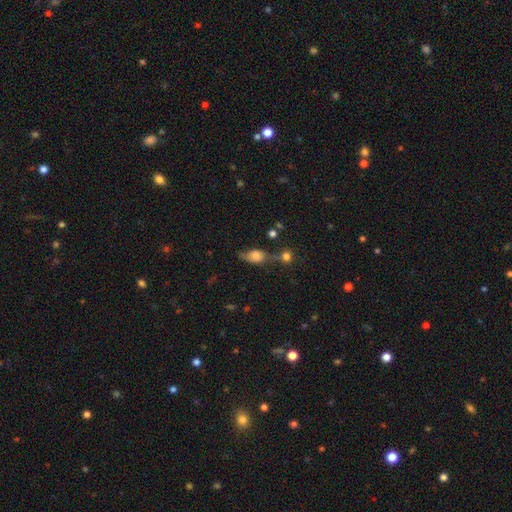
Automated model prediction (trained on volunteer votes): smooth-or-featured: smooth: 61% | featured or disk: 28% | star or artifact: 11%
  how-rounded: in between: 76% | round: 17% | cigar-shaped: 8%
  merging: none: 36% | minor disturbance: 26% | merger: 21% | major disturbance: 17%